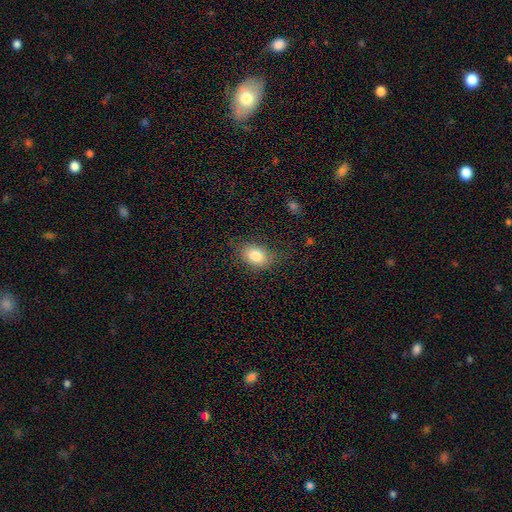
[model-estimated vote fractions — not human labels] Q: Smooth or featured?
A: smooth (82%); runner-up: featured or disk (9%)
Q: How rounded?
A: in between (75%); runner-up: round (23%)
Q: Merging?
A: none (74%); runner-up: minor disturbance (18%)